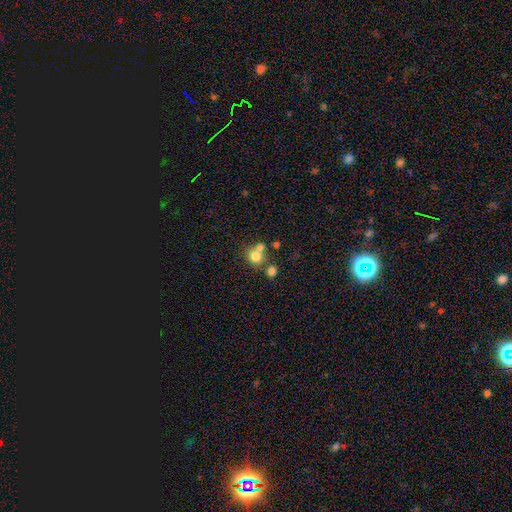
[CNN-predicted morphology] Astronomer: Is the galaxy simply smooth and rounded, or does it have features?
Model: smooth — 75%.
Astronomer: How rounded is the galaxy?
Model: round — 83%.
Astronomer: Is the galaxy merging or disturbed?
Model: none — 51% (runner-up: merger, 37%).